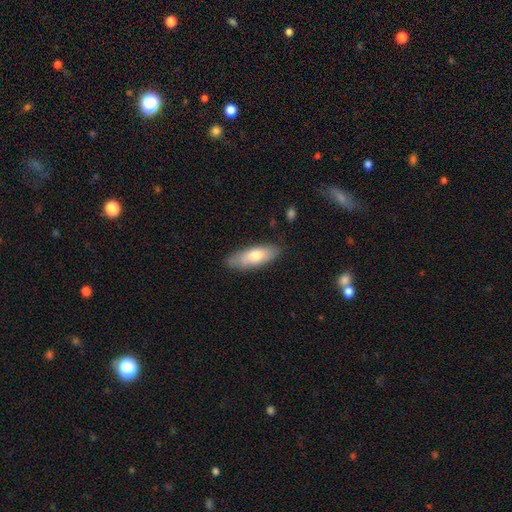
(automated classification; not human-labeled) A smooth galaxy with no disk features (70%) that is in between round and cigar-shaped (69%). Merging: none (81%).